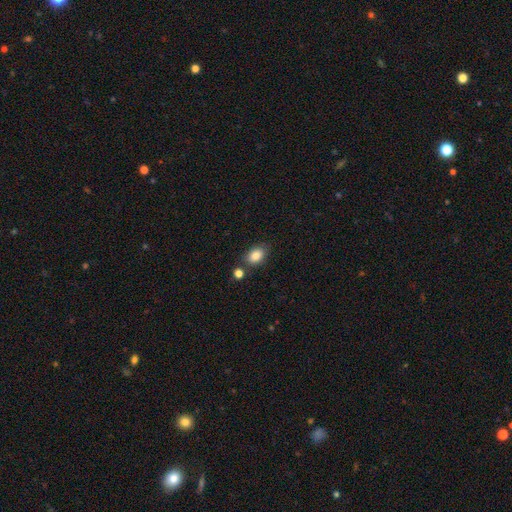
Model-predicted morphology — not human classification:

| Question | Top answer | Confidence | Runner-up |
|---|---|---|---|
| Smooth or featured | smooth | 84% | star or artifact (9%) |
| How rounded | in between | 80% | round (19%) |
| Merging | none | 72% | minor disturbance (14%) |